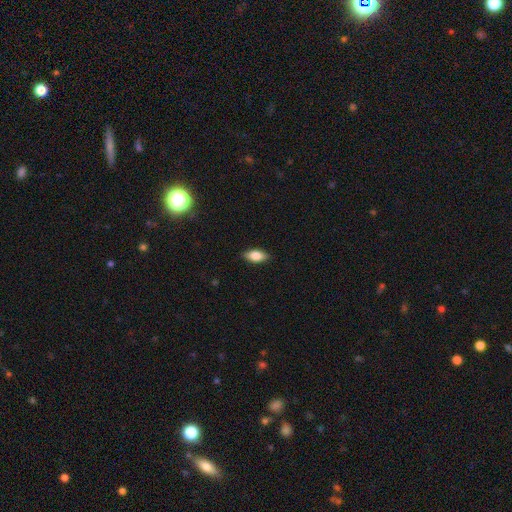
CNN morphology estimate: Smooth or featured? Predicted: smooth (p=0.78). How rounded? Predicted: in between (p=0.87). Merging? Predicted: none (p=0.86).